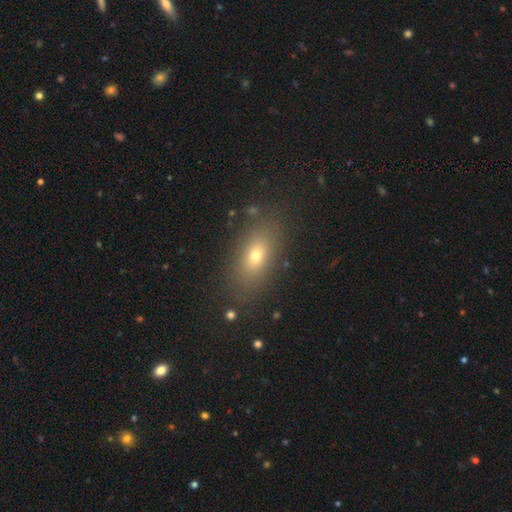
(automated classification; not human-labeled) Smooth or featured? Predicted: smooth (p=0.70). How rounded? Predicted: in between (p=0.78). Merging? Predicted: none (p=0.84).